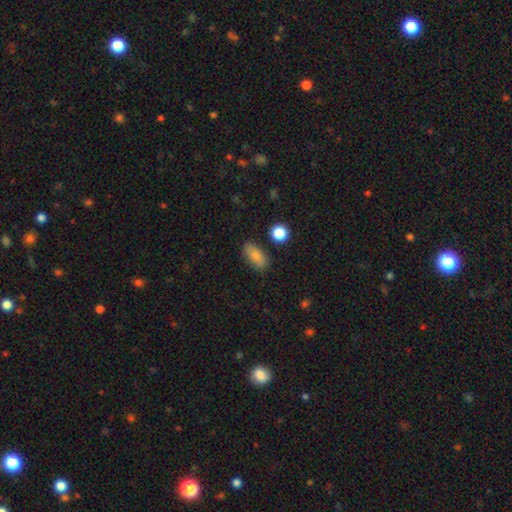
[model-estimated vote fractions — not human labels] Smooth or featured?
  - smooth: 81% *
  - featured or disk: 11%
  - star or artifact: 9%
How rounded?
  - in between: 86% *
  - cigar-shaped: 8%
  - round: 6%
Merging?
  - none: 80% *
  - minor disturbance: 14%
  - major disturbance: 3%
  - merger: 3%